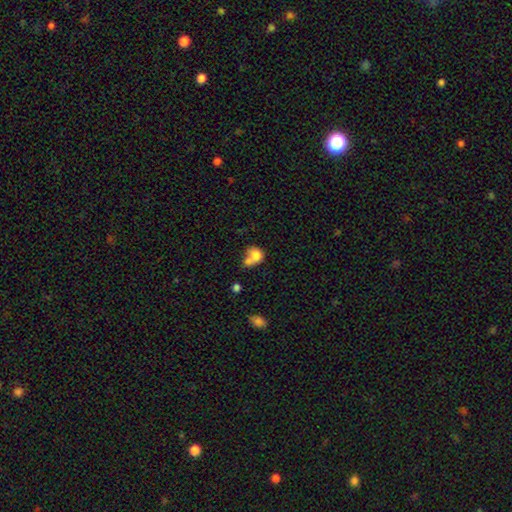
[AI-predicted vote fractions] Smooth or featured?
  - smooth: 75% *
  - featured or disk: 16%
  - star or artifact: 9%
How rounded?
  - round: 54% *
  - in between: 44%
  - cigar-shaped: 1%
Merging?
  - merger: 57% *
  - none: 23%
  - minor disturbance: 12%
  - major disturbance: 8%